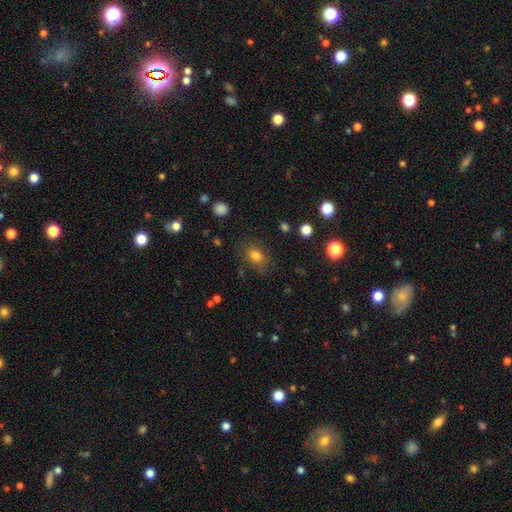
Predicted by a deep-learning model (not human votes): This appears to be a smooth galaxy with no disk features (79%) that is in between round and cigar-shaped (64%). Merging: none (80%).